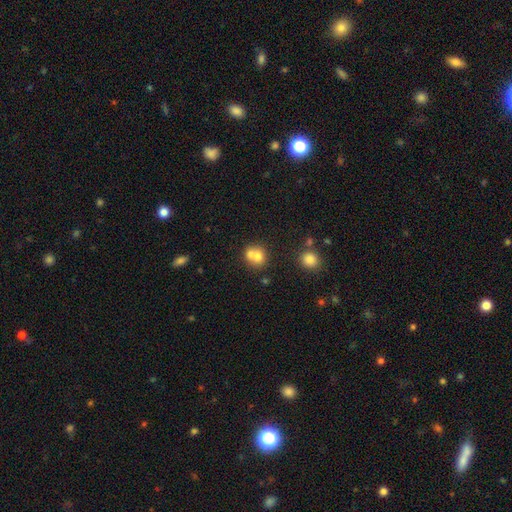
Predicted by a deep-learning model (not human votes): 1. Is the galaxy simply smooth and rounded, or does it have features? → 70% smooth, 19% featured or disk, 11% star or artifact.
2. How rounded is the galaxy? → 78% round, 21% in between, 1% cigar-shaped.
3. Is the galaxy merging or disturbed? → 58% merger, 33% none, 6% minor disturbance, 3% major disturbance.